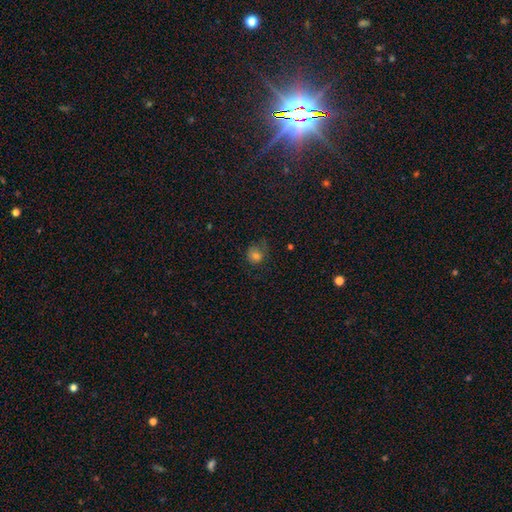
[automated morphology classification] Overall: smooth (75%). How rounded: round (81%). Merging: none (57%; minor disturbance 26%).